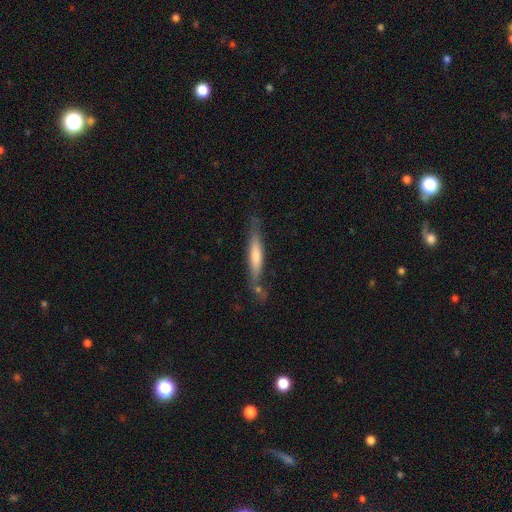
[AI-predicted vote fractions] featured or disk 61%, smooth 31%, star or artifact 8%. Down the decision tree: edge-on disk — yes (90%); edge-on bulge — rounded (53%); merging — none (73%).